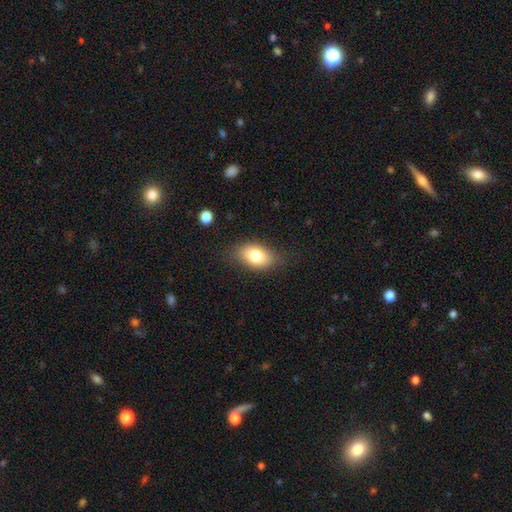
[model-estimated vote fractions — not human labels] The model was most divided on "merging": none: 79%, minor disturbance: 15%, major disturbance: 5%, merger: 1%. More confident: how rounded — in between (87%); smooth or featured — smooth (78%).